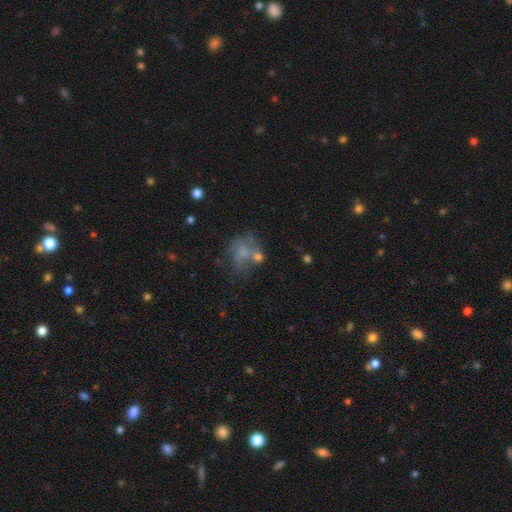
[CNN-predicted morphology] type=featured or disk (45%); merging=none (35%).